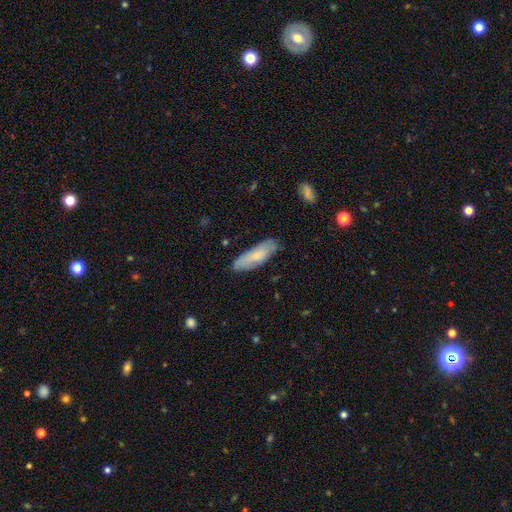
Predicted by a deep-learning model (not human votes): smooth_or_featured: smooth (p=0.75) [alt: featured or disk p=0.19]
how_rounded: in between (p=0.50) [alt: cigar-shaped p=0.48]
merging: none (p=0.74) [alt: minor disturbance p=0.20]